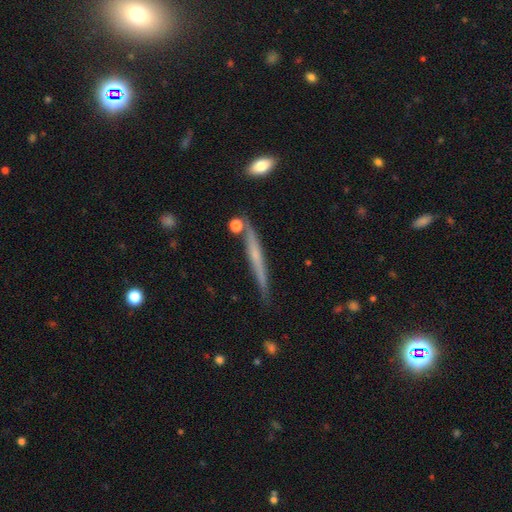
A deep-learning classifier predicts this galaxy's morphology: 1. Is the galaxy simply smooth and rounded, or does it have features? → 54% featured or disk, 38% smooth, 8% star or artifact.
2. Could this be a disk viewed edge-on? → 96% yes, 4% no.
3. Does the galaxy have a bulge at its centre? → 63% none, 30% rounded, 6% boxy.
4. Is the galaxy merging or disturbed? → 80% none, 14% minor disturbance, 3% merger, 3% major disturbance.